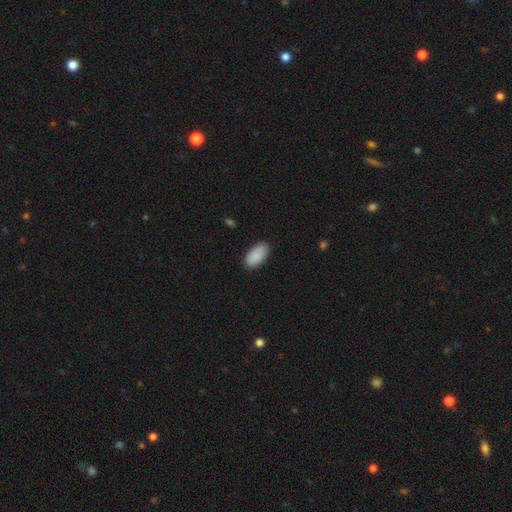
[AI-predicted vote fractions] Smooth or featured? Predicted: smooth (p=0.90). How rounded? Predicted: in between (p=0.95). Merging? Predicted: none (p=0.85).